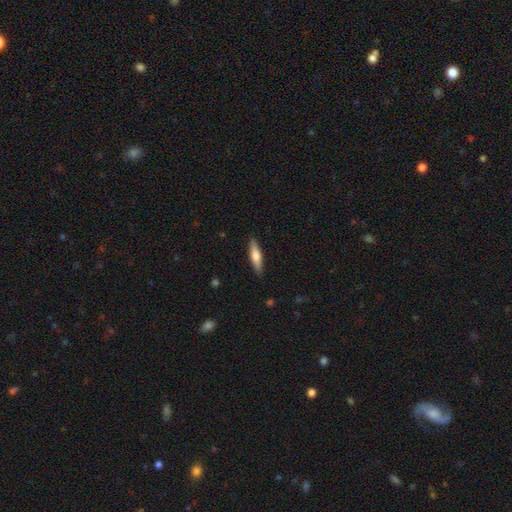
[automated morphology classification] type=smooth (62%); roundness=cigar-shaped (74%); merging=none (89%).